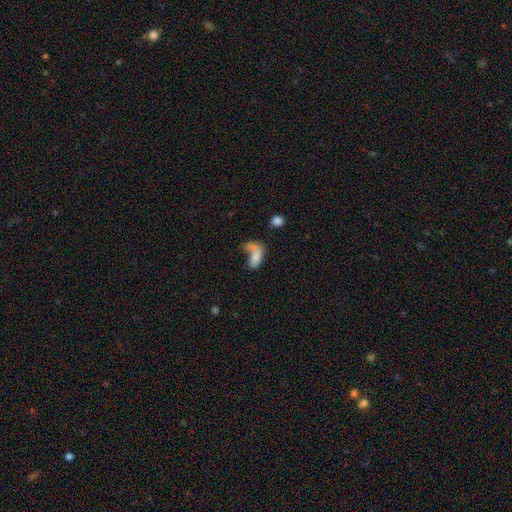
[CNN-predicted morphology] smooth-or-featured: smooth: 62% | featured or disk: 29% | star or artifact: 9%
  how-rounded: in between: 86% | cigar-shaped: 8% | round: 7%
  merging: major disturbance: 42% | none: 26% | minor disturbance: 16% | merger: 15%